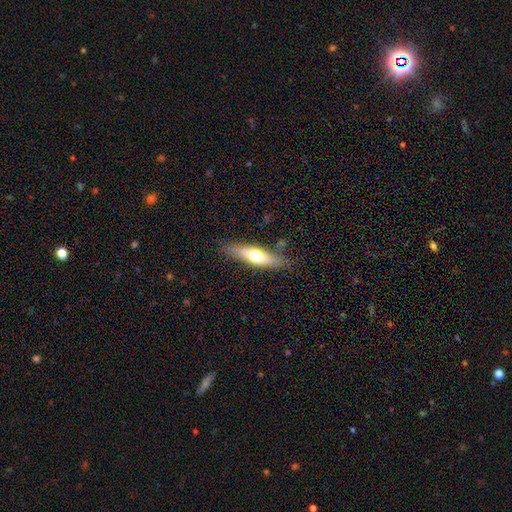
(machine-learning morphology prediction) type=smooth (58%); roundness=cigar-shaped (65%); merging=none (82%).